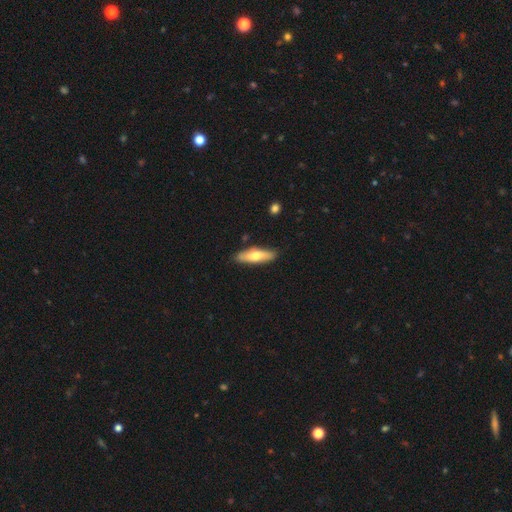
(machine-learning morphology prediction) smooth 62%, featured or disk 32%, star or artifact 5%. Down the decision tree: how rounded — cigar-shaped (53%); merging — none (85%).